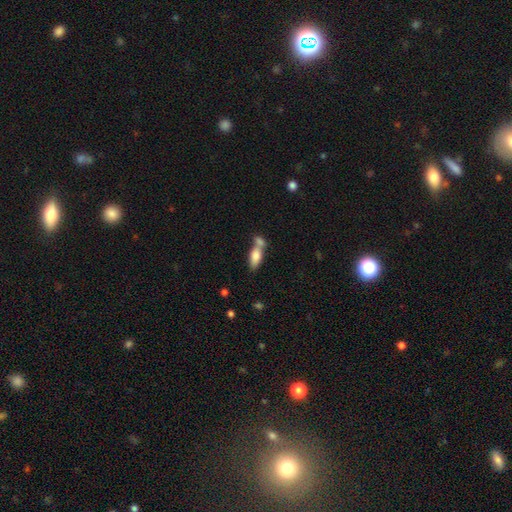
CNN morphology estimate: Smooth or featured?
  - smooth: 79% *
  - featured or disk: 14%
  - star or artifact: 7%
How rounded?
  - in between: 83% *
  - cigar-shaped: 14%
  - round: 3%
Merging?
  - merger: 54% *
  - none: 32%
  - minor disturbance: 10%
  - major disturbance: 4%